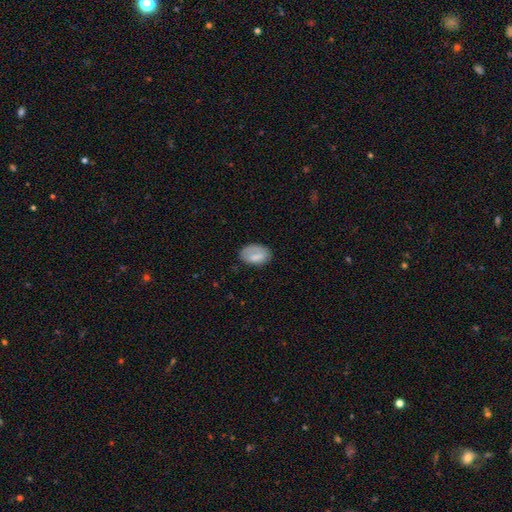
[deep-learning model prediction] A smooth galaxy with no disk features (75%) that is in between round and cigar-shaped (87%).

Vote fractions:
- Smooth or featured? smooth: 75% / featured or disk: 17% / star or artifact: 8%
- How rounded? in between: 87% / round: 12% / cigar-shaped: 2%
- Merging? none: 67% / minor disturbance: 23% / major disturbance: 9% / merger: 2%